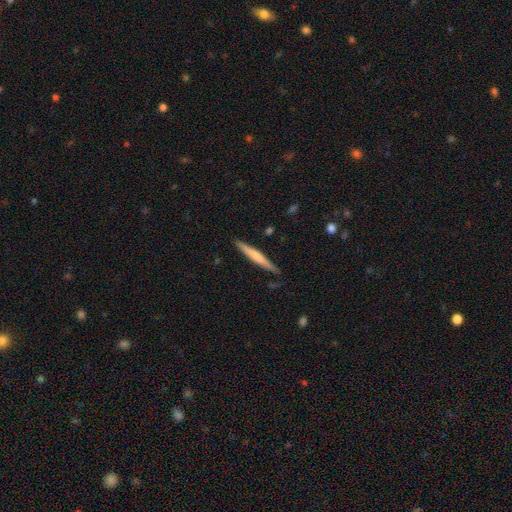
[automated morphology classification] Smooth or featured? Predicted: smooth (p=0.55). How rounded? Predicted: cigar-shaped (p=0.96). Merging? Predicted: none (p=0.87).